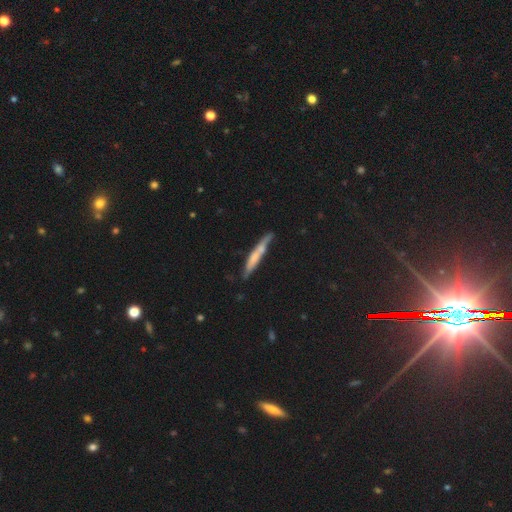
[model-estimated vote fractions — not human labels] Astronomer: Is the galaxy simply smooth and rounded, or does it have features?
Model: smooth — 52% (runner-up: featured or disk, 41%).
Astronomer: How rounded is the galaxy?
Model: cigar-shaped — 94%.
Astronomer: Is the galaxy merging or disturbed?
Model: none — 70%.